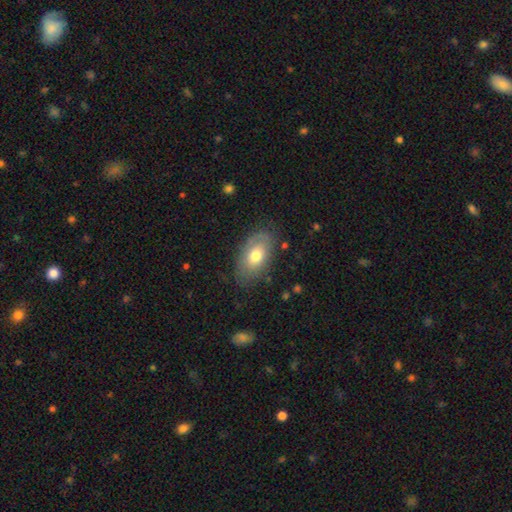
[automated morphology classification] Overall: smooth (62%; featured or disk 31%). How rounded: in between (91%). Merging: none (73%).